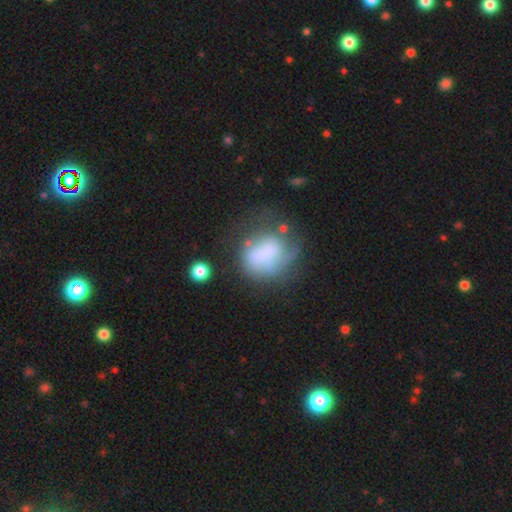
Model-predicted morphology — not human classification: This appears to be a smooth galaxy with no disk features (58%) that is round (62%). Merging: none (35%).